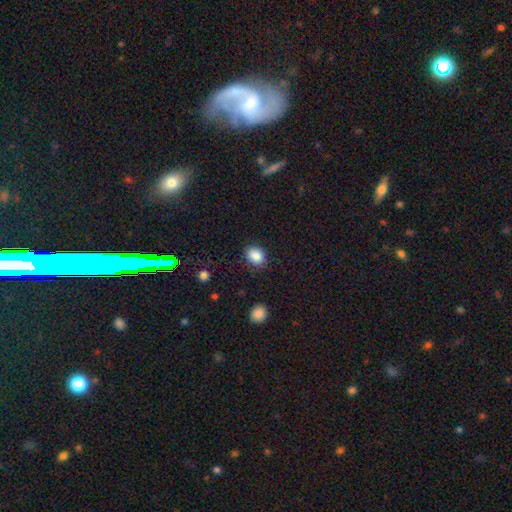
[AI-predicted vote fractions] smooth 87%, star or artifact 9%, featured or disk 4%. Down the decision tree: how rounded — in between (54%); merging — none (85%).